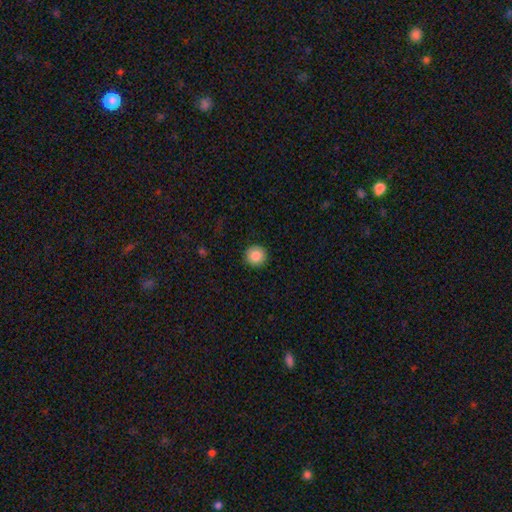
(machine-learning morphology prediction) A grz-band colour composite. It shows a smooth galaxy with no disk features (86%) that is round (95%). Merging: none (92%).